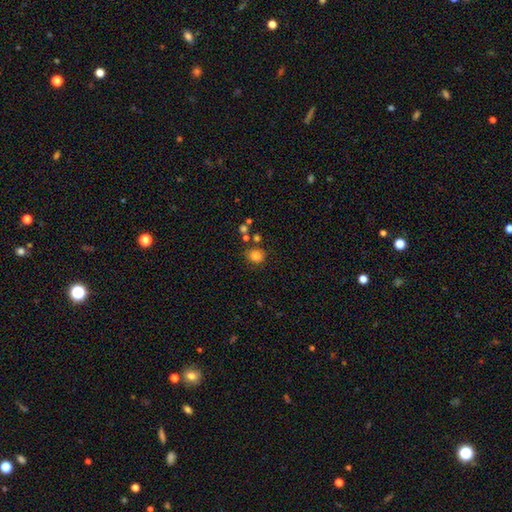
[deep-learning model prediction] Morphology: type=smooth (82%); roundness=round (78%); merging=none (75%).